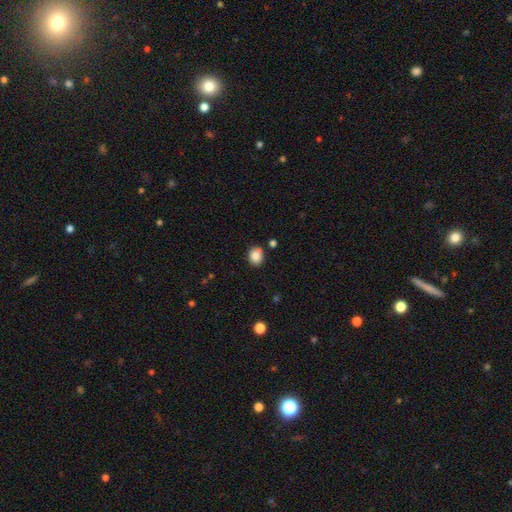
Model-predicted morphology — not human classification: Smooth or featured?
  - smooth: 86% *
  - star or artifact: 9%
  - featured or disk: 5%
How rounded?
  - round: 59% *
  - in between: 40%
  - cigar-shaped: 1%
Merging?
  - none: 77% *
  - minor disturbance: 14%
  - merger: 7%
  - major disturbance: 3%